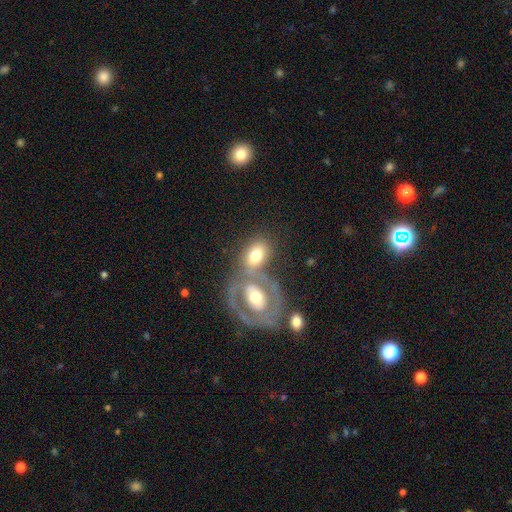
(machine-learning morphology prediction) This is possibly a smooth galaxy (55%). How rounded: likely in between (71%). Merging: possibly merger (50%).